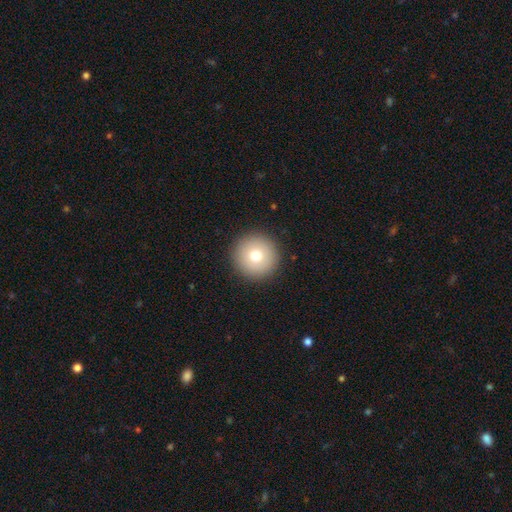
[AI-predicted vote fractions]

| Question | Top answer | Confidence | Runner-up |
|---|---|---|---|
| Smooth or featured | smooth | 73% | featured or disk (15%) |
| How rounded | round | 97% | in between (2%) |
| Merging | none | 93% | minor disturbance (4%) |